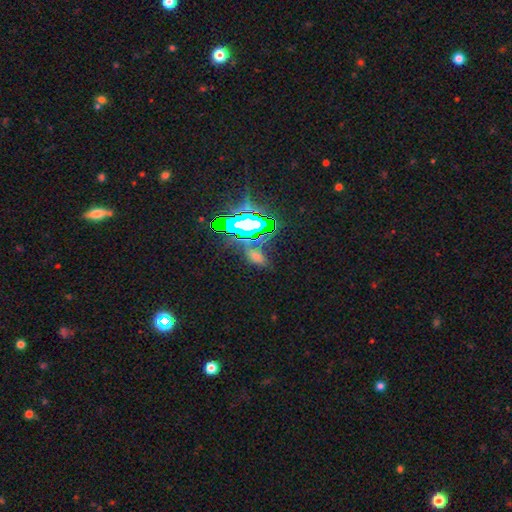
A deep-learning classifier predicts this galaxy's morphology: This appears to be a star or artifact, not a galaxy (54%).